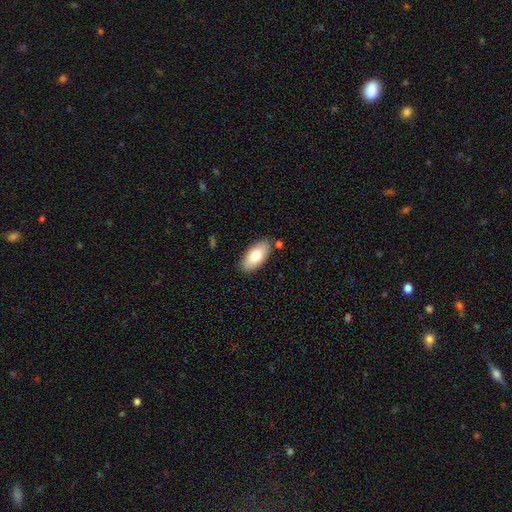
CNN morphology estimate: The model was most divided on "smooth or featured": smooth: 76%, featured or disk: 18%, star or artifact: 6%. More confident: how rounded — in between (93%); merging — none (84%).